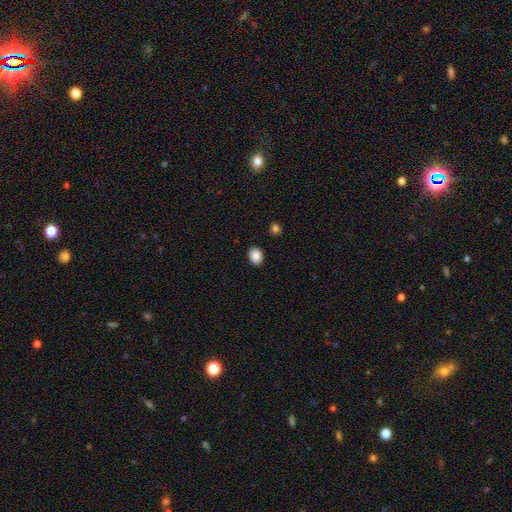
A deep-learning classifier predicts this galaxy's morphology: smooth_or_featured: smooth (p=0.89) [alt: star or artifact p=0.08]
how_rounded: in between (p=0.60) [alt: round p=0.39]
merging: none (p=0.89) [alt: minor disturbance p=0.08]